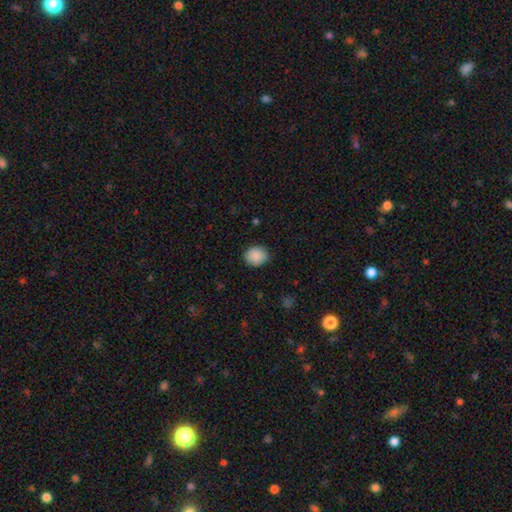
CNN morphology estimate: This appears to be a smooth galaxy with no disk features (88%) that is round (72%). Merging: none (86%).